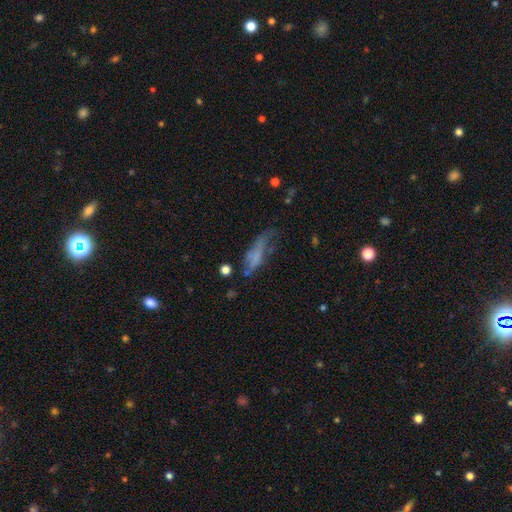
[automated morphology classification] smooth-or-featured: smooth: 50% | featured or disk: 37% | star or artifact: 13%
  merging: major disturbance: 35% | none: 31% | minor disturbance: 27% | merger: 7%